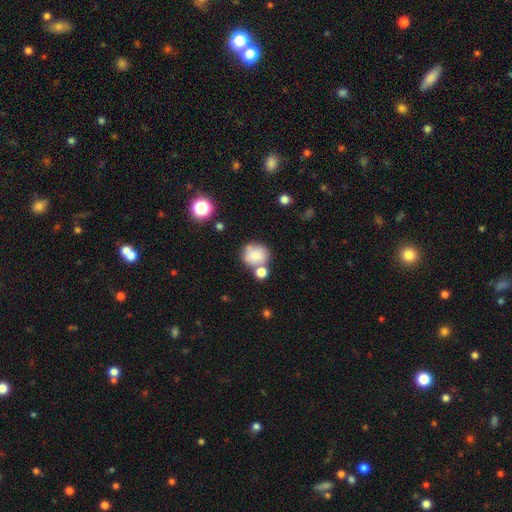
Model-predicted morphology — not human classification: smooth-or-featured: smooth: 78% | featured or disk: 13% | star or artifact: 10%
  how-rounded: round: 81% | in between: 18% | cigar-shaped: 1%
  merging: none: 54% | merger: 27% | minor disturbance: 14% | major disturbance: 5%